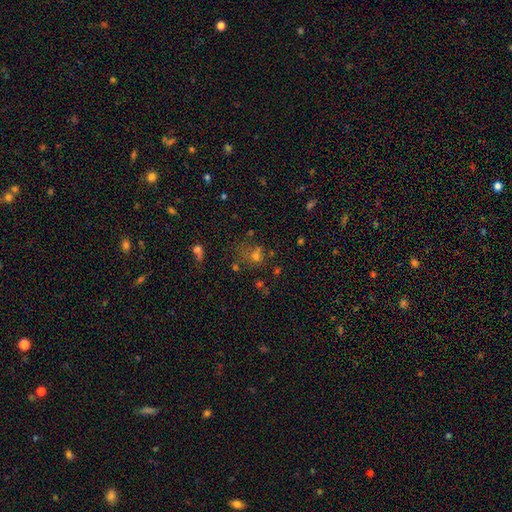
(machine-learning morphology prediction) Smooth or featured?
  - smooth: 45% *
  - star or artifact: 42%
  - featured or disk: 13%
Merging?
  - none: 57% *
  - minor disturbance: 16%
  - merger: 14%
  - major disturbance: 13%